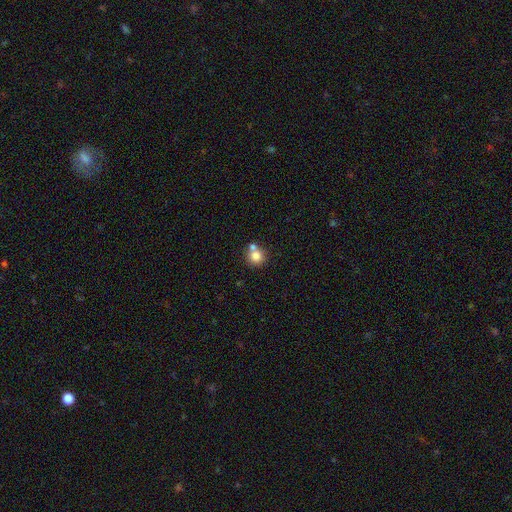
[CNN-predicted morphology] smooth_or_featured: smooth (p=0.80) [alt: star or artifact p=0.10]
how_rounded: round (p=0.91) [alt: in between p=0.09]
merging: none (p=0.54) [alt: merger p=0.34]